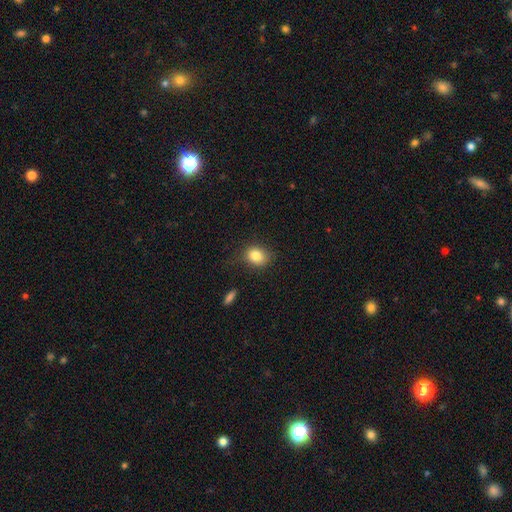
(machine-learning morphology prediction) This is clearly a smooth galaxy (83%). How rounded: possibly round (54%). Merging: likely none (75%).